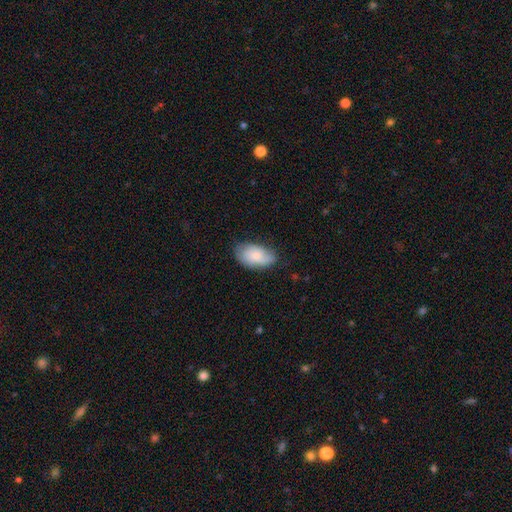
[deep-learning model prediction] Morphology: type=smooth (68%); roundness=in between (94%); merging=none (63%).